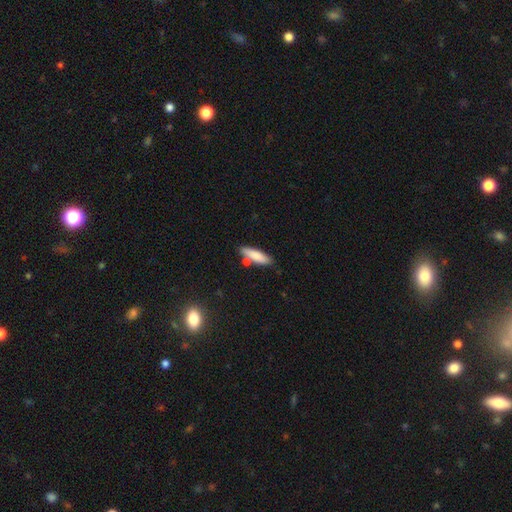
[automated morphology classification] Smooth or featured: smooth — 80% (featured or disk — 14%)
How rounded: cigar-shaped — 61% (in between — 38%)
Merging: none — 73% (minor disturbance — 14%)